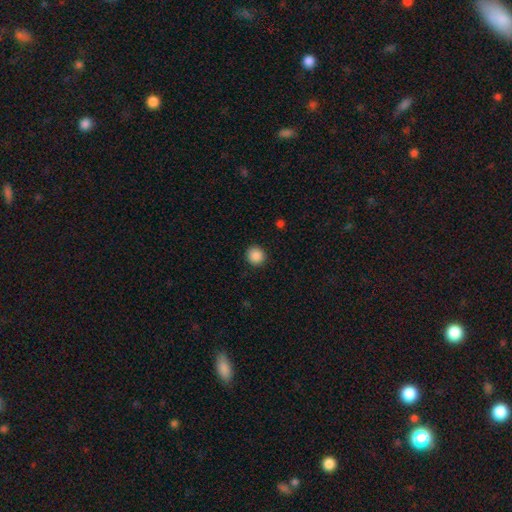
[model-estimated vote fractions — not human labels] Morphology: type=smooth (88%); roundness=round (92%); merging=none (92%).